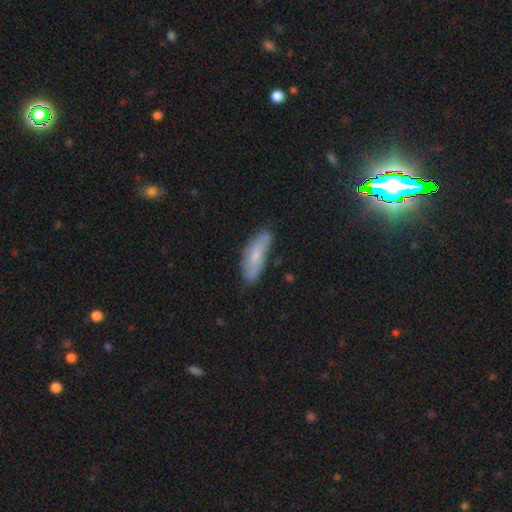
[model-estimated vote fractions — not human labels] A smooth galaxy with no disk features (61%) that is in between round and cigar-shaped (58%). Merging: none (66%).